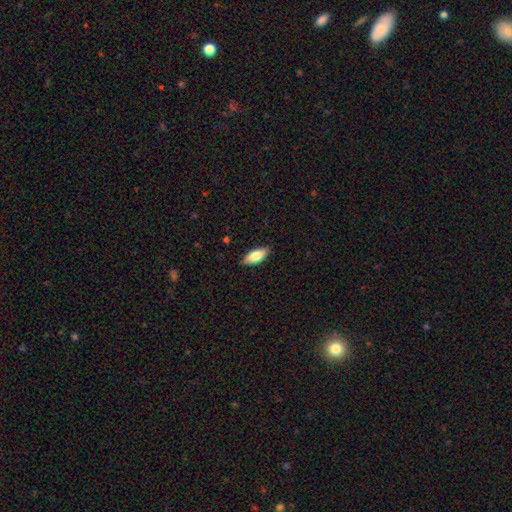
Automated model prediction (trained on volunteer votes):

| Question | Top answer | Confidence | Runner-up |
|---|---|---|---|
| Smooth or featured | smooth | 79% | featured or disk (15%) |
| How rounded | in between | 85% | cigar-shaped (12%) |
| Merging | none | 86% | minor disturbance (11%) |